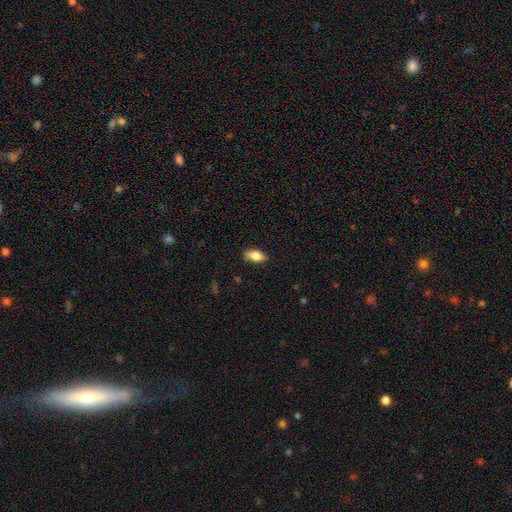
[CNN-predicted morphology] Smooth or featured?
  - smooth: 82% *
  - featured or disk: 11%
  - star or artifact: 7%
How rounded?
  - in between: 90% *
  - cigar-shaped: 5%
  - round: 5%
Merging?
  - none: 76% *
  - minor disturbance: 19%
  - major disturbance: 3%
  - merger: 1%